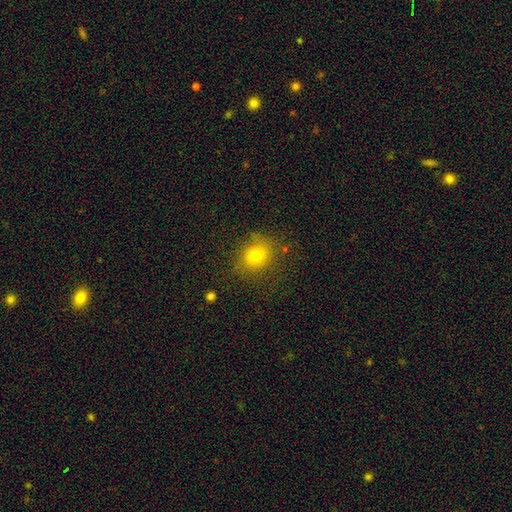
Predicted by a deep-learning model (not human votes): This is likely a smooth galaxy (74%). How rounded: likely round (72%). Merging: likely none (76%).